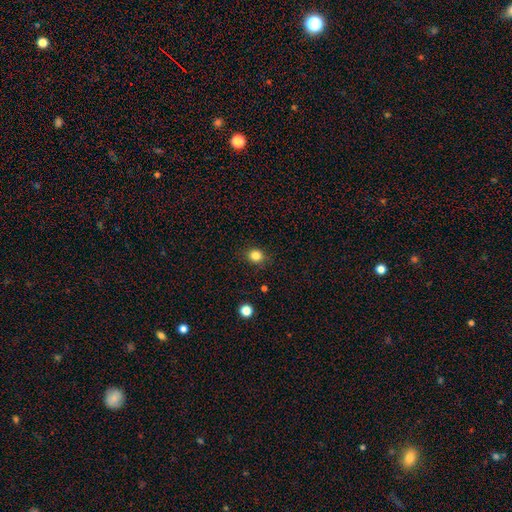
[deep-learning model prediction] smooth-or-featured: smooth: 83% | star or artifact: 12% | featured or disk: 5%
  how-rounded: round: 76% | in between: 23% | cigar-shaped: 1%
  merging: none: 86% | minor disturbance: 10% | major disturbance: 3% | merger: 1%